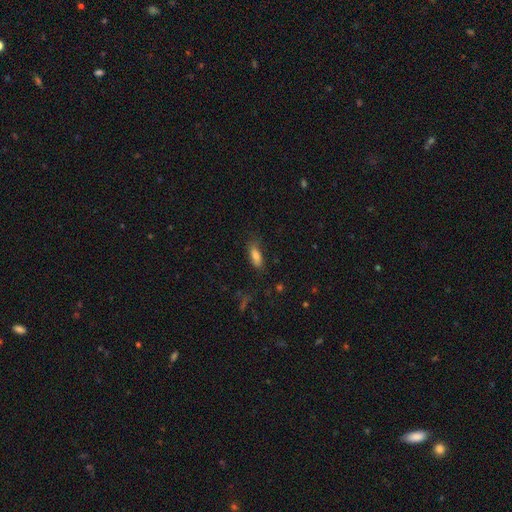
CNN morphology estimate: A smooth galaxy with no disk features (79%) that is in between round and cigar-shaped (64%). Merging: none (70%).